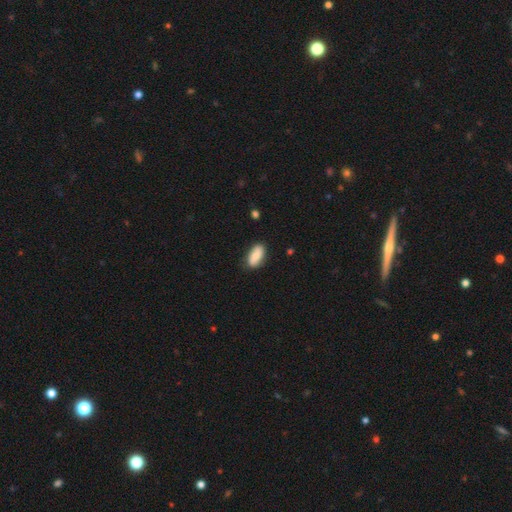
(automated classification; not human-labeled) smooth 77%, featured or disk 16%, star or artifact 6%. Down the decision tree: how rounded — in between (90%); merging — none (80%).